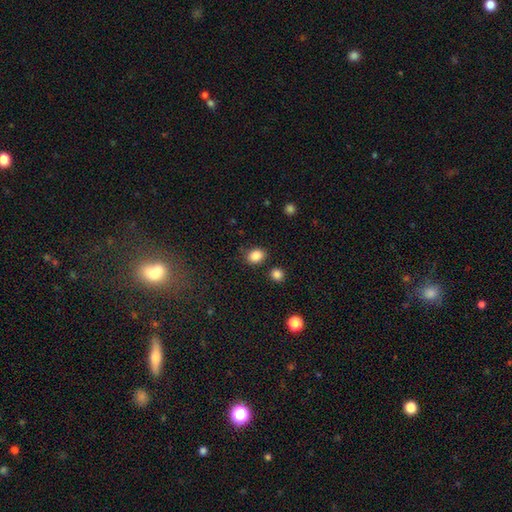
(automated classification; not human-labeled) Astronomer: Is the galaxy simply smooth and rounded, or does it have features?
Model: smooth — 85%.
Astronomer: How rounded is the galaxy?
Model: in between — 51% (runner-up: round, 48%).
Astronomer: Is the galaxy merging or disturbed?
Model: none — 79%.